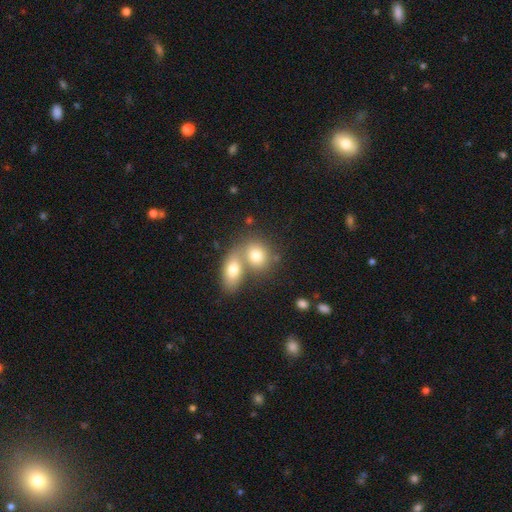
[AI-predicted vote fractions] smooth-or-featured: smooth: 75% | featured or disk: 17% | star or artifact: 8%
  how-rounded: round: 53% | in between: 45% | cigar-shaped: 2%
  merging: merger: 61% | none: 29% | minor disturbance: 7% | major disturbance: 3%